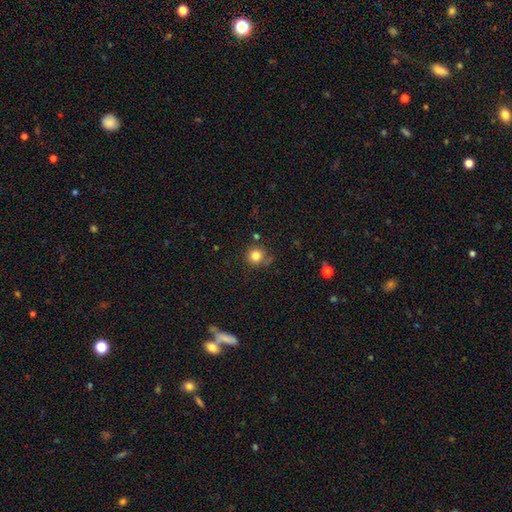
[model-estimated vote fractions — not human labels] Smooth or featured: smooth — 82% (star or artifact — 12%)
How rounded: round — 92% (in between — 7%)
Merging: none — 76% (minor disturbance — 14%)